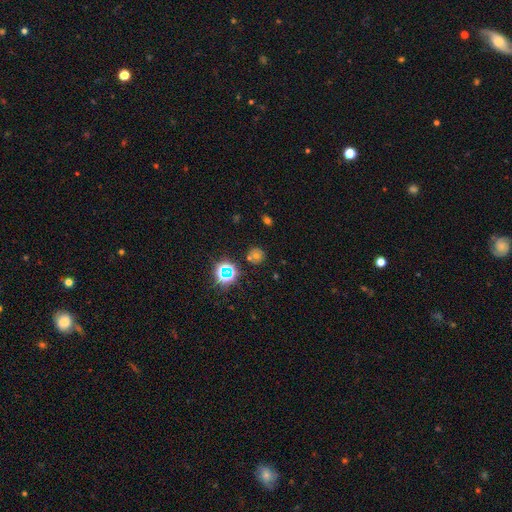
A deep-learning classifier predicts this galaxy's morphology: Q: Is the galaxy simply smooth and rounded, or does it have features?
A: smooth — 46%.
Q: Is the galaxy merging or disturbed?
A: none — 80%.